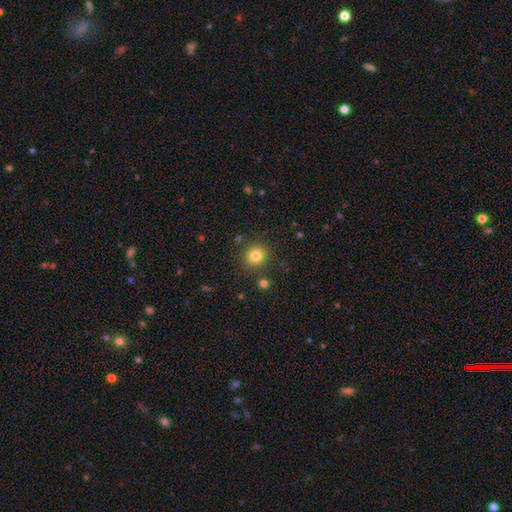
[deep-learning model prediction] This appears to be a smooth galaxy with no disk features (82%) that is round (90%). Merging: none (87%).